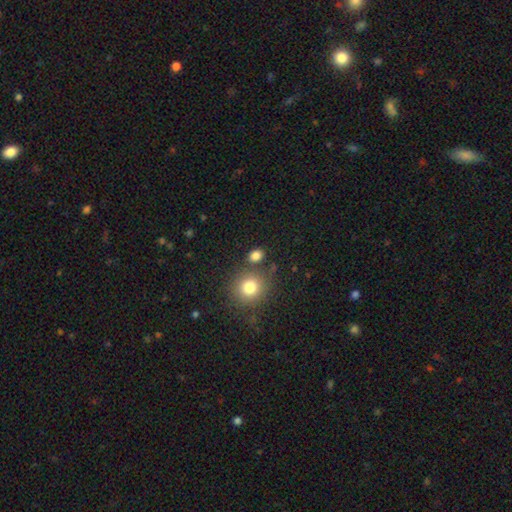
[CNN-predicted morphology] Q: Smooth or featured?
A: smooth (81%); runner-up: star or artifact (13%)
Q: How rounded?
A: round (49%); tied with: in between (49%)
Q: Merging?
A: none (75%); runner-up: merger (11%)